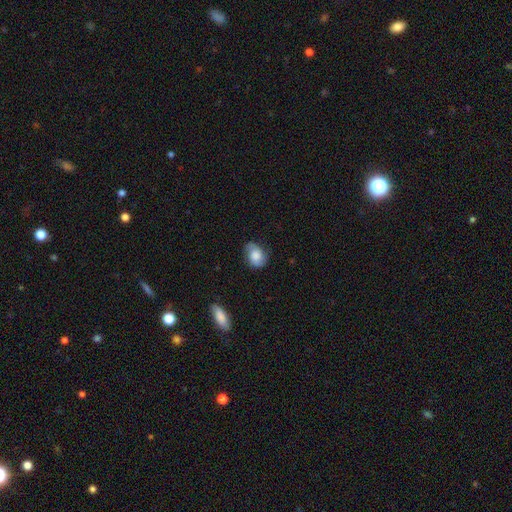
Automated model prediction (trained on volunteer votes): smooth 52%, featured or disk 39%, star or artifact 9%. Down the decision tree: how rounded — in between (62%); merging — none (66%).